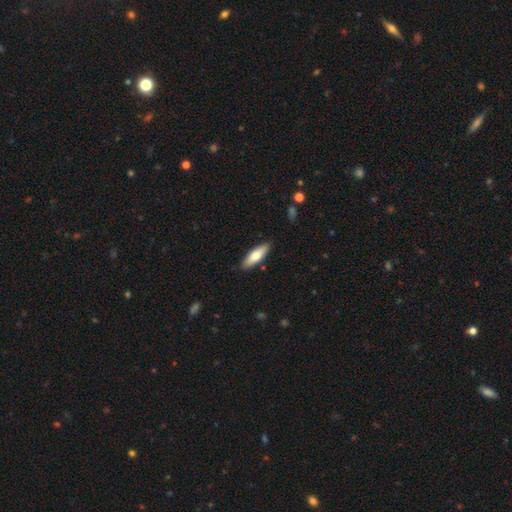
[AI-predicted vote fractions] A smooth galaxy with no disk features (69%) that is in between round and cigar-shaped (51%).

Vote fractions:
- Smooth or featured? smooth: 69% / featured or disk: 25% / star or artifact: 5%
- How rounded? in between: 51% / cigar-shaped: 47% / round: 2%
- Merging? none: 88% / minor disturbance: 9% / major disturbance: 2% / merger: 1%